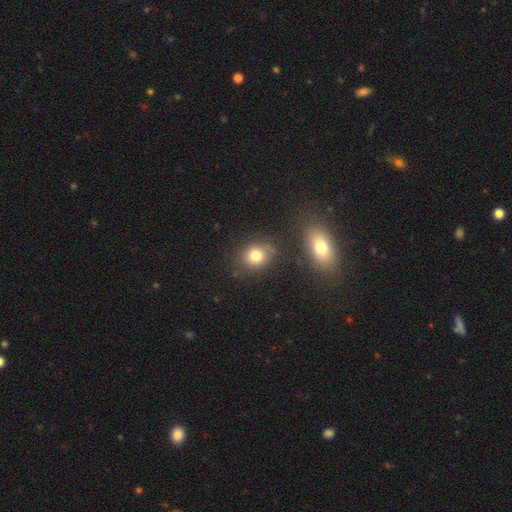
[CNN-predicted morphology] A smooth galaxy with no disk features (80%) that is round (74%). Merging: none (75%).